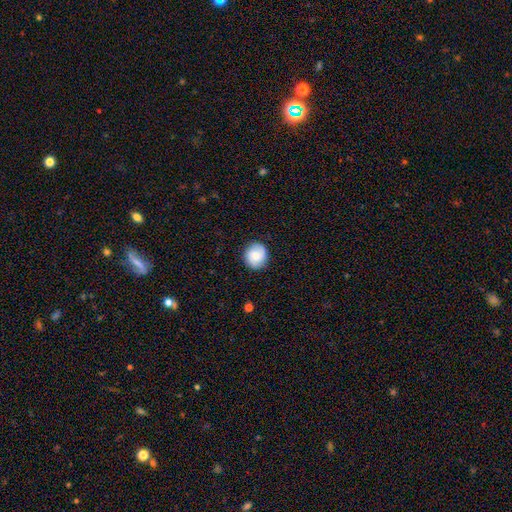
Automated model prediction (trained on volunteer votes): This appears to be a smooth galaxy with no disk features (68%) that is round (86%). Merging: none (86%).